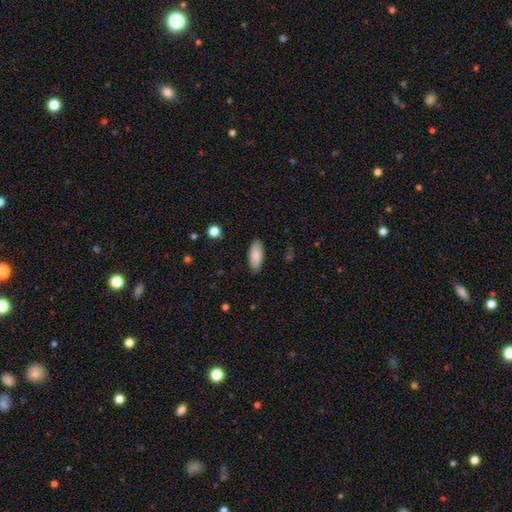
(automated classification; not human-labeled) This is clearly a smooth galaxy (88%). How rounded: clearly in between (83%). Merging: clearly none (87%).